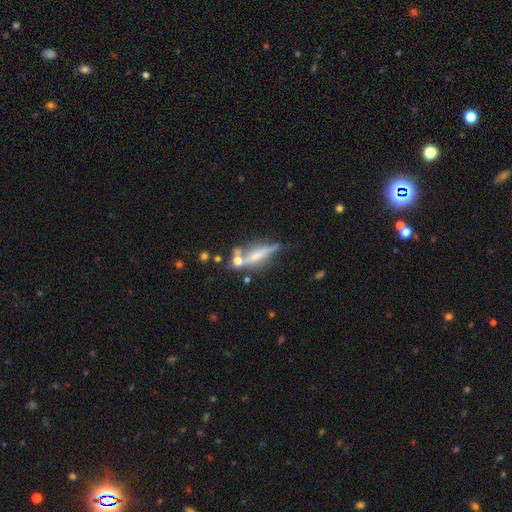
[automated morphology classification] This is possibly a featured or disk galaxy (58%). It is clearly viewed edge-on (85%). Merging: possibly none (57%).